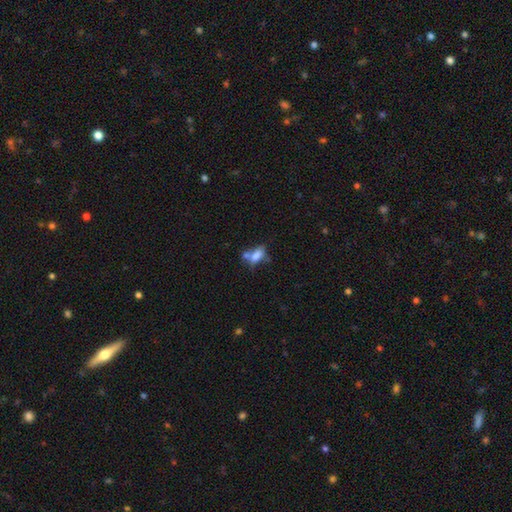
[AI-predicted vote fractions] A smooth galaxy with no disk features (69%) that is in between round and cigar-shaped (80%). Merging: merger (40%).